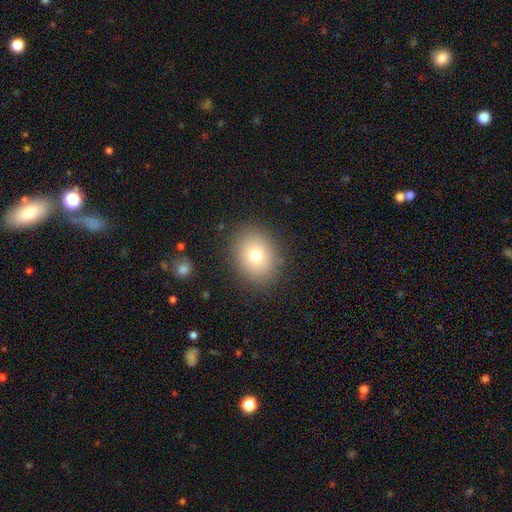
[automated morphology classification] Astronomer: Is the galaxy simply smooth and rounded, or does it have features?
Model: smooth — 76%.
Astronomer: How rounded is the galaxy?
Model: in between — 51% (runner-up: round, 48%).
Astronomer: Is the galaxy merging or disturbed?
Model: none — 86%.